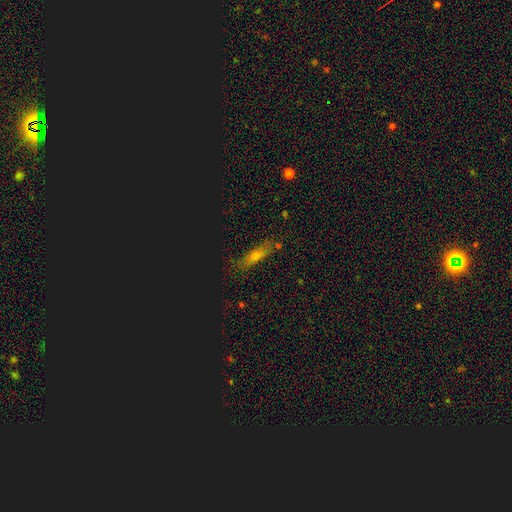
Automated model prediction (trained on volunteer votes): Smooth or featured? Predicted: smooth (p=0.54). How rounded? Predicted: cigar-shaped (p=0.58). Merging? Predicted: none (p=0.79).